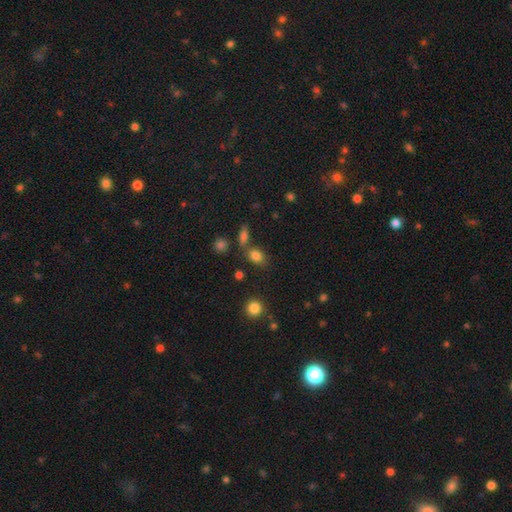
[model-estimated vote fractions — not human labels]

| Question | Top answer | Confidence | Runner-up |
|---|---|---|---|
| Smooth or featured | smooth | 81% | star or artifact (12%) |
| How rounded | in between | 70% | round (27%) |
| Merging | none | 67% | merger (16%) |